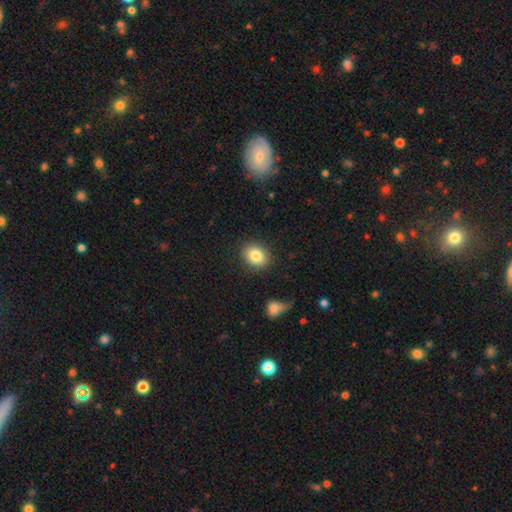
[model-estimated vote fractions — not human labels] smooth_or_featured: smooth (p=0.84) [alt: star or artifact p=0.09]
how_rounded: in between (p=0.55) [alt: round p=0.43]
merging: none (p=0.86) [alt: minor disturbance p=0.09]